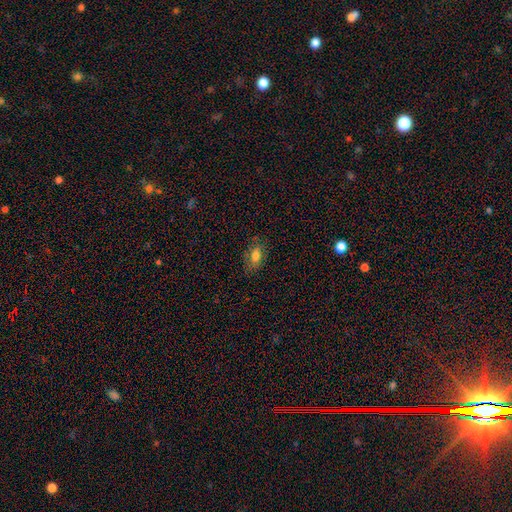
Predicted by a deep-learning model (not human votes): Smooth or featured: smooth — 73% (featured or disk — 16%)
How rounded: in between — 87% (round — 8%)
Merging: none — 76% (minor disturbance — 17%)